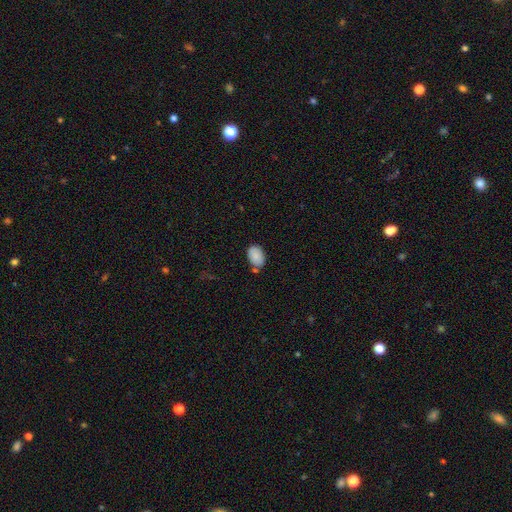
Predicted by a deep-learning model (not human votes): Q: Smooth or featured?
A: smooth (87%); runner-up: star or artifact (7%)
Q: How rounded?
A: in between (90%); runner-up: round (9%)
Q: Merging?
A: none (69%); runner-up: minor disturbance (18%)